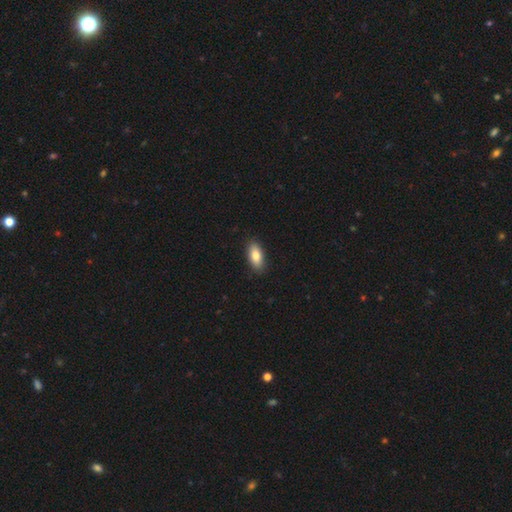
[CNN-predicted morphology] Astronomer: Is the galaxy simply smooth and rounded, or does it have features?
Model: smooth — 81%.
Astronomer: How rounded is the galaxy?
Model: in between — 87%.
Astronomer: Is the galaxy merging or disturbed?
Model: none — 89%.